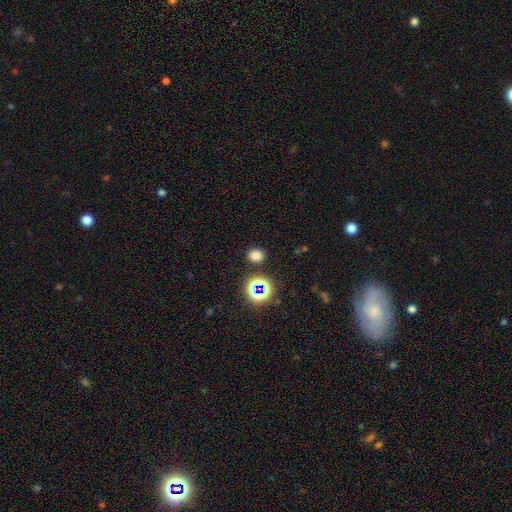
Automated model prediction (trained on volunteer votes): A smooth galaxy with no disk features (73%) that is round (67%). Merging: none (87%).